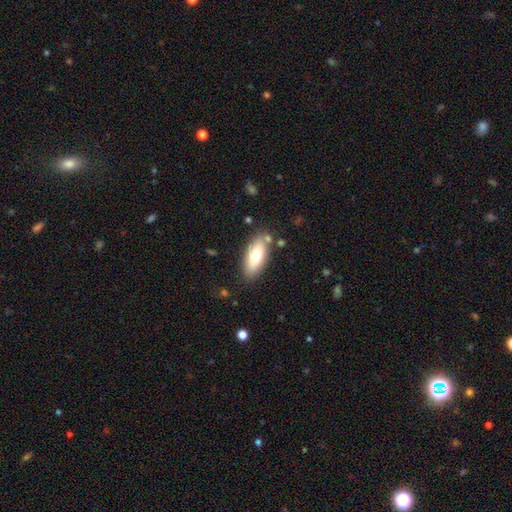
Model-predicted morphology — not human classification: A smooth galaxy with no disk features (72%) that is in between round and cigar-shaped (85%).

Vote fractions:
- Smooth or featured? smooth: 72% / featured or disk: 21% / star or artifact: 7%
- How rounded? in between: 85% / cigar-shaped: 13% / round: 2%
- Merging? none: 79% / minor disturbance: 13% / merger: 5% / major disturbance: 3%